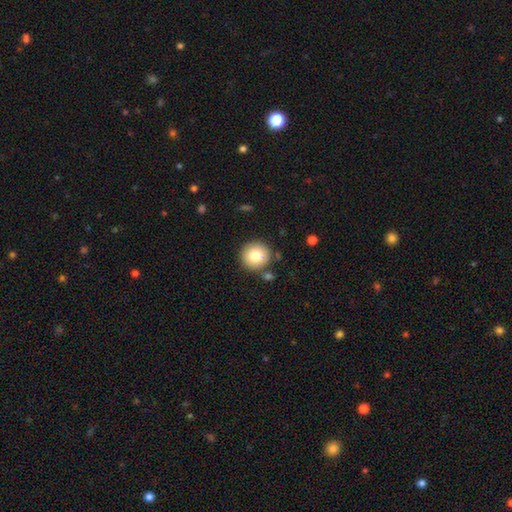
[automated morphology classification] This appears to be a smooth galaxy with no disk features (79%) that is round (94%). Merging: none (84%).